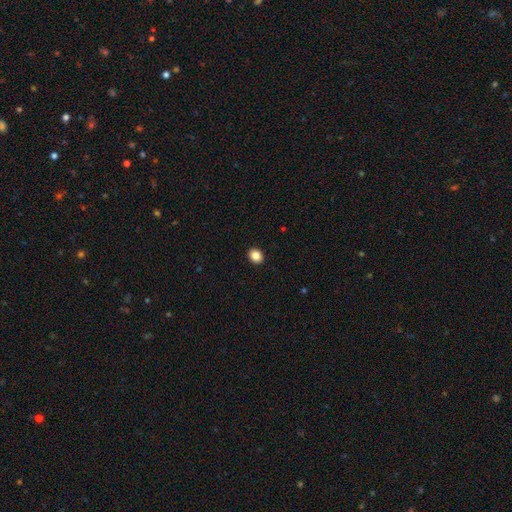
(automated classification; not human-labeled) smooth-or-featured: smooth: 86% | star or artifact: 10% | featured or disk: 4%
  how-rounded: round: 54% | in between: 45% | cigar-shaped: 1%
  merging: none: 92% | minor disturbance: 5% | major disturbance: 2% | merger: 1%